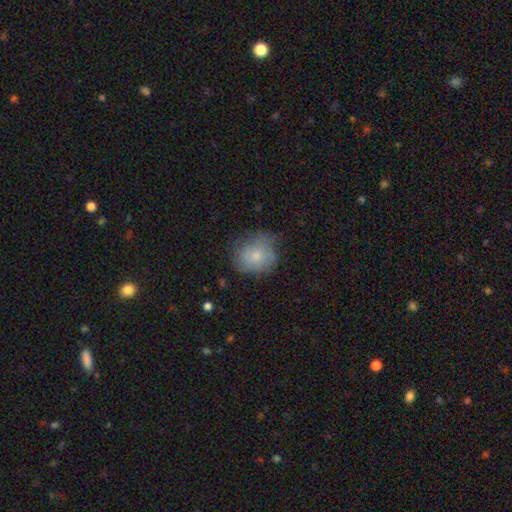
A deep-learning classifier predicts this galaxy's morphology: Smooth or featured: smooth — 71% (featured or disk — 21%)
How rounded: round — 75% (in between — 24%)
Merging: none — 57% (minor disturbance — 32%)